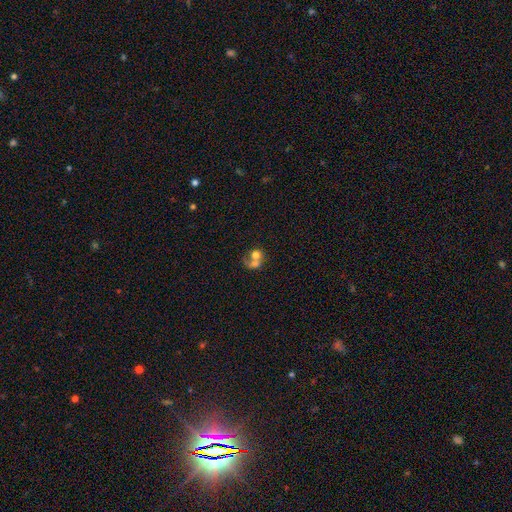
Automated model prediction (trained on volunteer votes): The model was most divided on "how rounded": round: 64%, in between: 35%, cigar-shaped: 1%. More confident: merging — merger (69%); smooth or featured — smooth (61%).